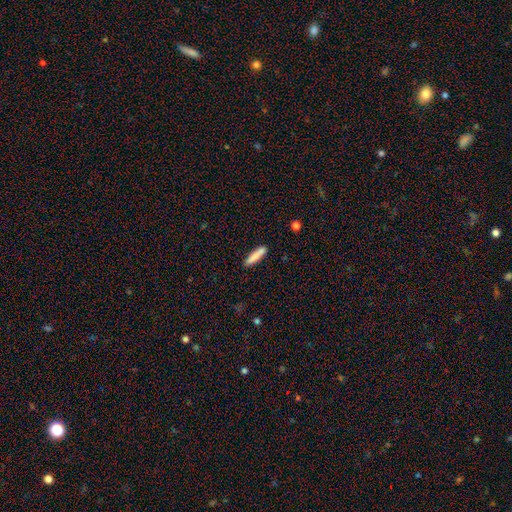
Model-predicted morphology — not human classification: Smooth or featured: smooth — 83% (featured or disk — 11%)
How rounded: cigar-shaped — 85% (in between — 13%)
Merging: none — 86% (minor disturbance — 9%)